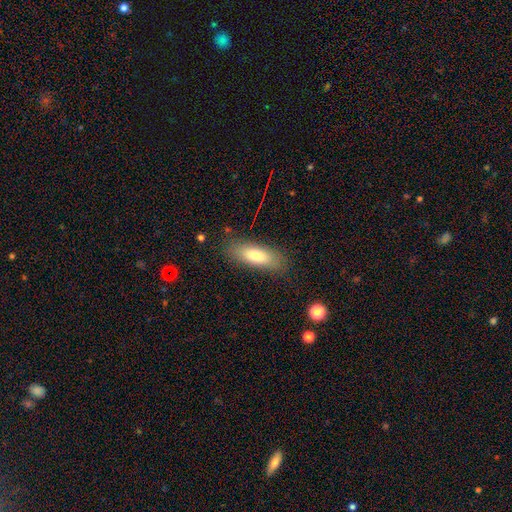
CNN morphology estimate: Smooth or featured: smooth — 76% (featured or disk — 17%)
How rounded: in between — 61% (cigar-shaped — 37%)
Merging: none — 83% (minor disturbance — 12%)